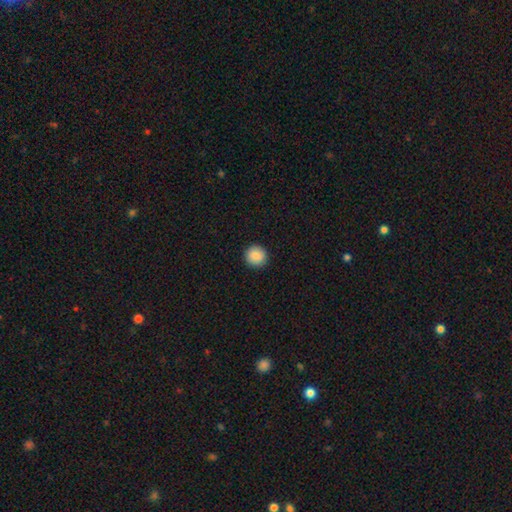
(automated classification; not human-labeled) A smooth galaxy with no disk features (89%) that is round (93%).

Vote fractions:
- Smooth or featured? smooth: 89% / star or artifact: 8% / featured or disk: 3%
- How rounded? round: 93% / in between: 6% / cigar-shaped: 1%
- Merging? none: 93% / minor disturbance: 5% / major disturbance: 2% / merger: 1%